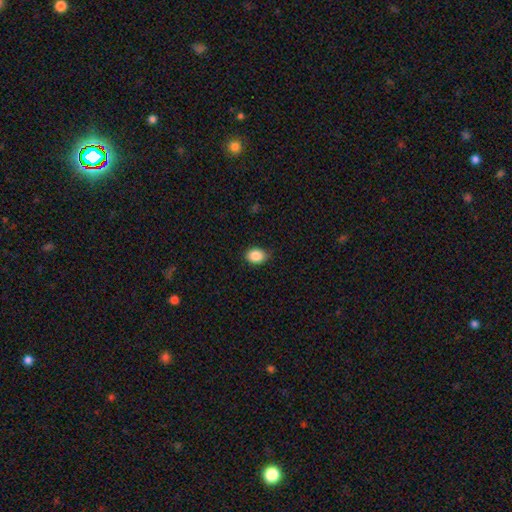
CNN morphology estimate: smooth_or_featured: smooth (p=0.87) [alt: star or artifact p=0.09]
how_rounded: in between (p=0.62) [alt: round p=0.37]
merging: none (p=0.83) [alt: minor disturbance p=0.14]